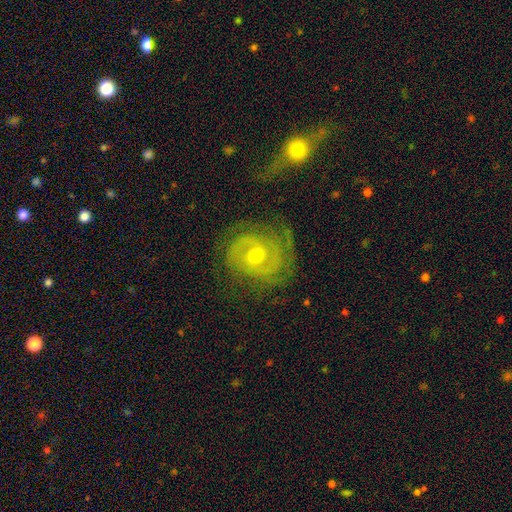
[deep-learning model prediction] Morphology: type=featured or disk (82%); edge-on=no (97%); bar=no (64%); spiral arms=yes (92%); winding=tight (59%); arm count=2 (49%); bulge=moderate (60%); merging=none (71%).